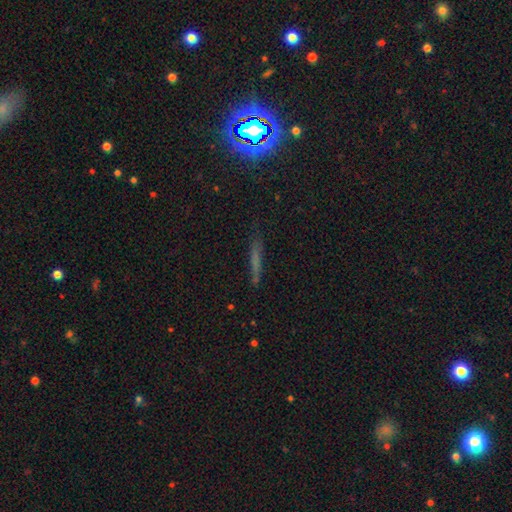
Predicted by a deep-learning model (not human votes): Smooth or featured: smooth — 46% (featured or disk — 30%)
Merging: none — 80% (minor disturbance — 14%)